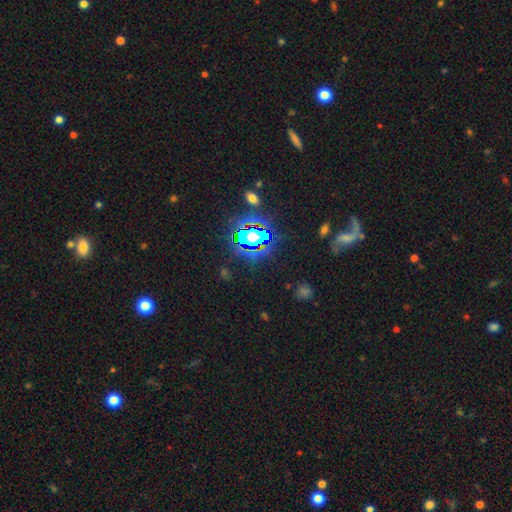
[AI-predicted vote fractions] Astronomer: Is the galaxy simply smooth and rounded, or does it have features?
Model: star or artifact — 76%.